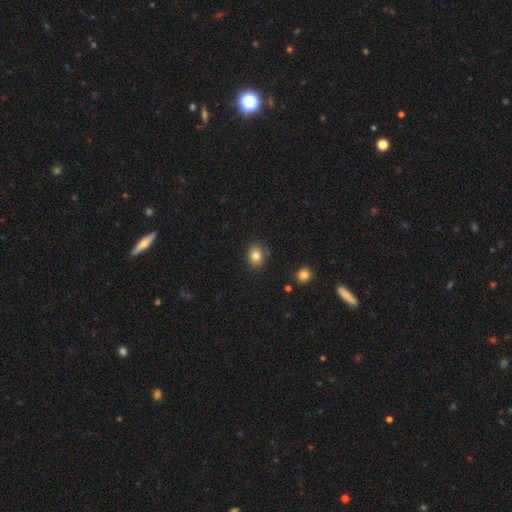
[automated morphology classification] Q: Smooth or featured?
A: smooth (83%); runner-up: star or artifact (10%)
Q: How rounded?
A: round (55%); runner-up: in between (44%)
Q: Merging?
A: none (83%); runner-up: minor disturbance (12%)